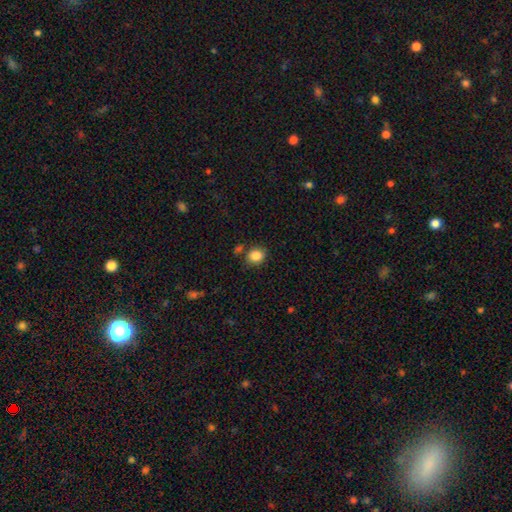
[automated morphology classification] smooth-or-featured: smooth: 86% | star or artifact: 10% | featured or disk: 5%
  how-rounded: round: 61% | in between: 39% | cigar-shaped: 1%
  merging: none: 76% | minor disturbance: 13% | merger: 7% | major disturbance: 4%